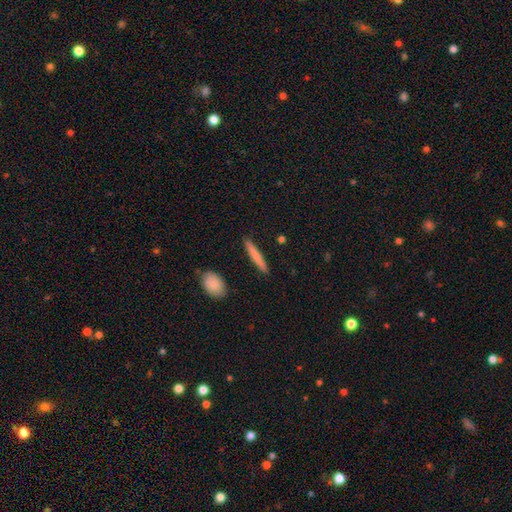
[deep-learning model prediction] smooth-or-featured: smooth: 76% | featured or disk: 19% | star or artifact: 5%
  how-rounded: cigar-shaped: 94% | in between: 5% | round: 2%
  merging: none: 91% | minor disturbance: 6% | merger: 2% | major disturbance: 1%